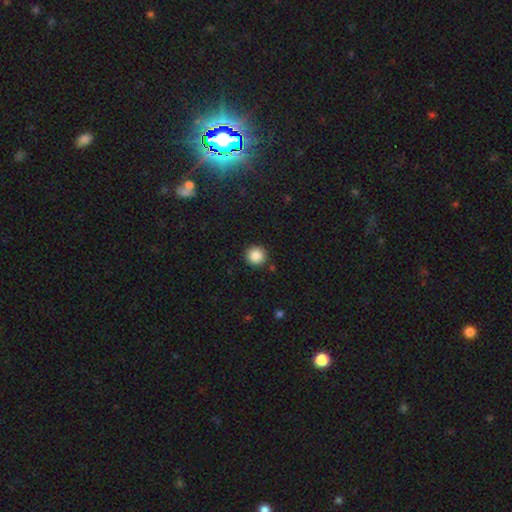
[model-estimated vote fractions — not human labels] This appears to be a smooth galaxy with no disk features (87%) that is round (94%). Merging: none (90%).